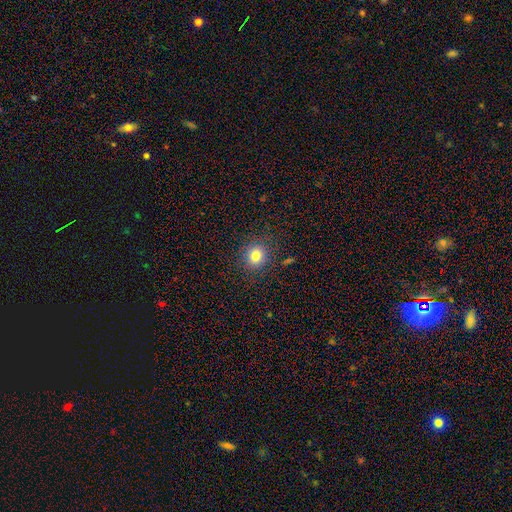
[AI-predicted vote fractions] A smooth galaxy with no disk features (79%) that is round (82%). Merging: none (88%).